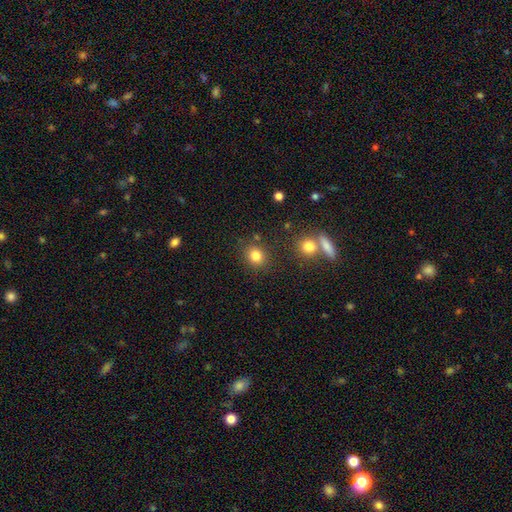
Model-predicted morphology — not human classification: Smooth or featured? smooth (82%)
How rounded? round (75%)
Merging? none (83%)